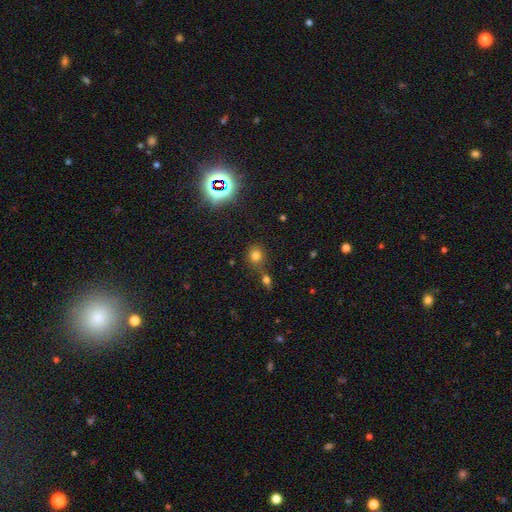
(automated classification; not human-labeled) A smooth galaxy with no disk features (72%) that is round (80%).

Vote fractions:
- Smooth or featured? smooth: 72% / star or artifact: 21% / featured or disk: 7%
- How rounded? round: 80% / in between: 19% / cigar-shaped: 1%
- Merging? none: 65% / merger: 19% / minor disturbance: 11% / major disturbance: 5%